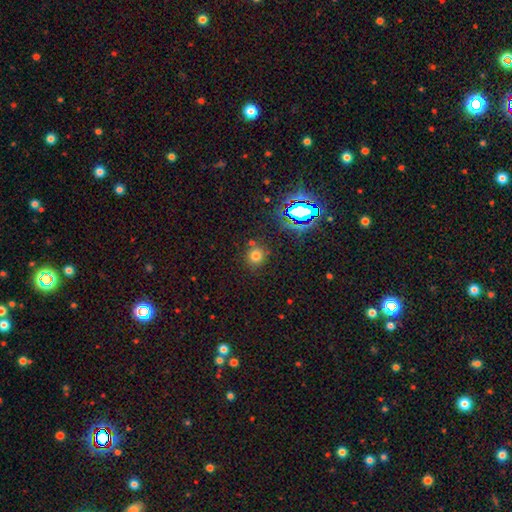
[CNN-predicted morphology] type=smooth (69%); roundness=round (89%); merging=none (79%).